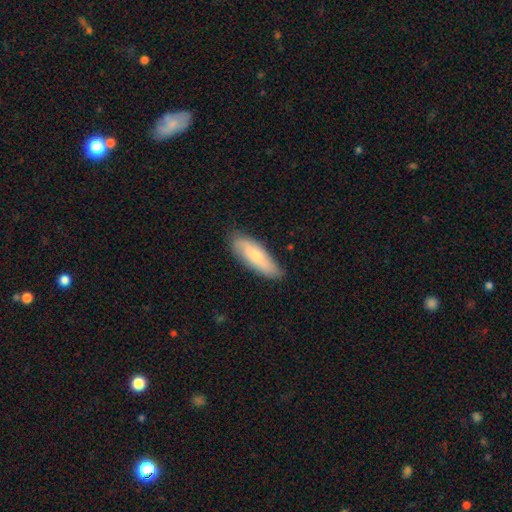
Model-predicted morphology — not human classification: type=smooth (67%); roundness=in between (55%); merging=none (81%).